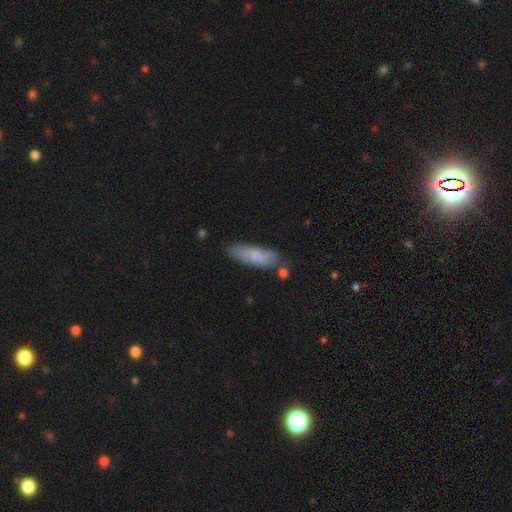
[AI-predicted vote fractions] Q: Smooth or featured?
A: smooth (71%); runner-up: featured or disk (22%)
Q: How rounded?
A: in between (50%); runner-up: cigar-shaped (48%)
Q: Merging?
A: none (70%); runner-up: minor disturbance (20%)